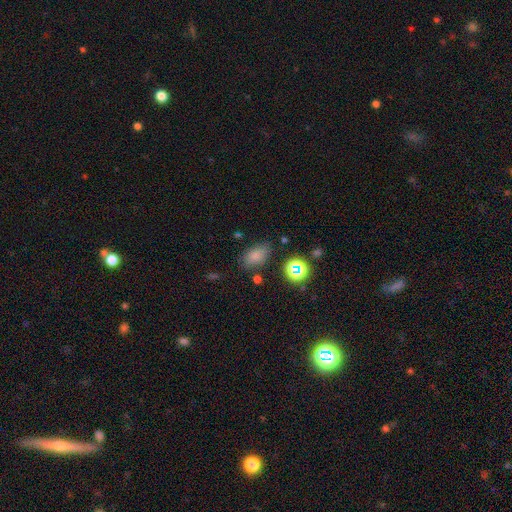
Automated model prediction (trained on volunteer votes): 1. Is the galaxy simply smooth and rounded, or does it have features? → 77% smooth, 15% star or artifact, 8% featured or disk.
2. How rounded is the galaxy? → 86% in between, 11% round, 2% cigar-shaped.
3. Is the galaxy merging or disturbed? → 75% none, 16% minor disturbance, 5% major disturbance, 4% merger.